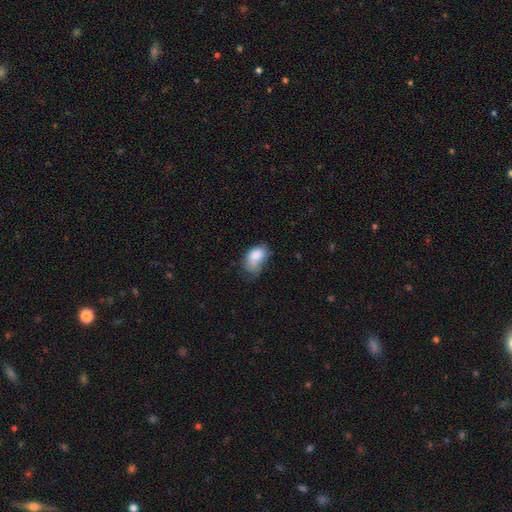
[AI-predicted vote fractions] A smooth galaxy with no disk features (82%) that is in between round and cigar-shaped (90%). Merging: minor disturbance (41%).